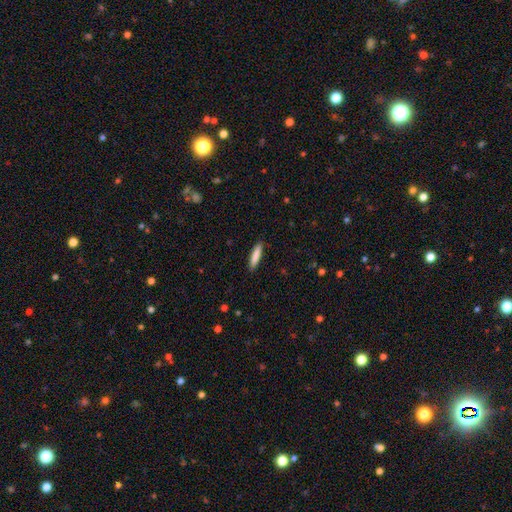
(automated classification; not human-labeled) Smooth or featured? smooth (84%)
How rounded? cigar-shaped (85%)
Merging? none (90%)